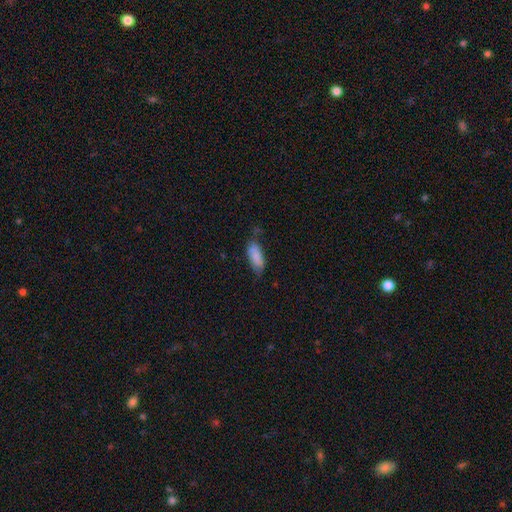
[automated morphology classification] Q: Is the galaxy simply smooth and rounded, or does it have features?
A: smooth — 82%.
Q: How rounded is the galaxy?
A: in between — 81%.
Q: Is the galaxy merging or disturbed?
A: none — 55%.